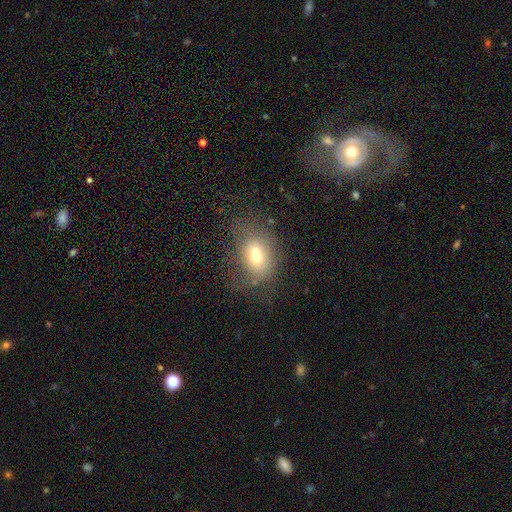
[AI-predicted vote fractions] Smooth or featured? Predicted: smooth (p=0.62). How rounded? Predicted: in between (p=0.61). Merging? Predicted: none (p=0.37).